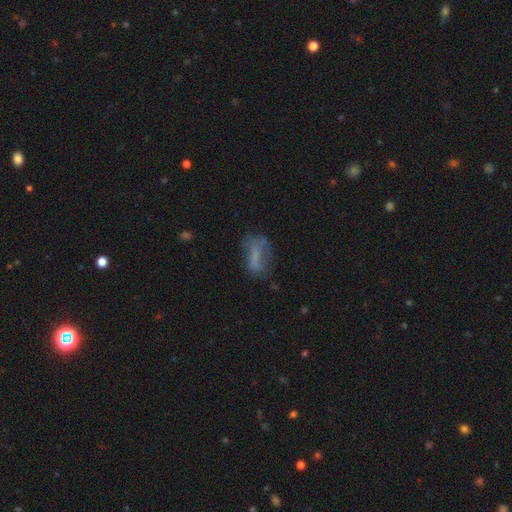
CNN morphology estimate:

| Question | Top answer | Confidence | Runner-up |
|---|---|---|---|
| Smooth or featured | smooth | 56% | featured or disk (30%) |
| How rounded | in between | 72% | cigar-shaped (22%) |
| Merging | none | 50% | minor disturbance (26%) |